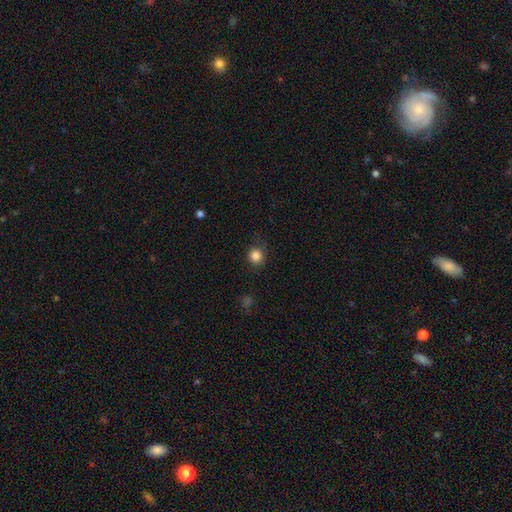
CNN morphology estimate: This is clearly a smooth galaxy (85%). How rounded: clearly round (89%). Merging: likely none (77%).